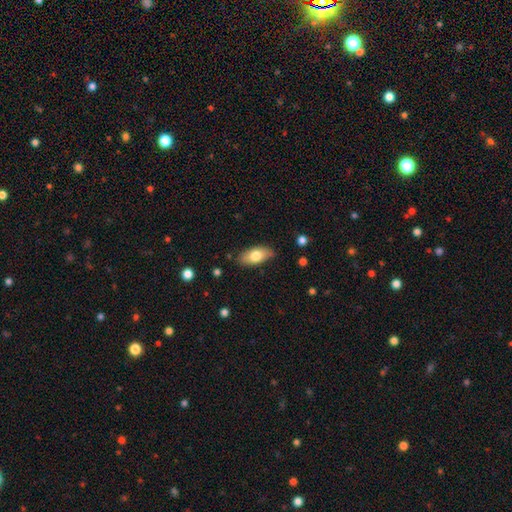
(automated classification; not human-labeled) Overall: smooth (75%). How rounded: in between (90%). Merging: none (81%).